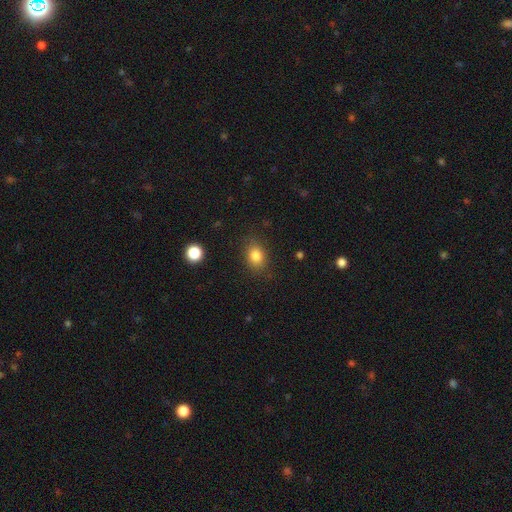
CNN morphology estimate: The model was most divided on "how rounded": in between: 57%, round: 41%, cigar-shaped: 1%. More confident: merging — none (83%); smooth or featured — smooth (83%).